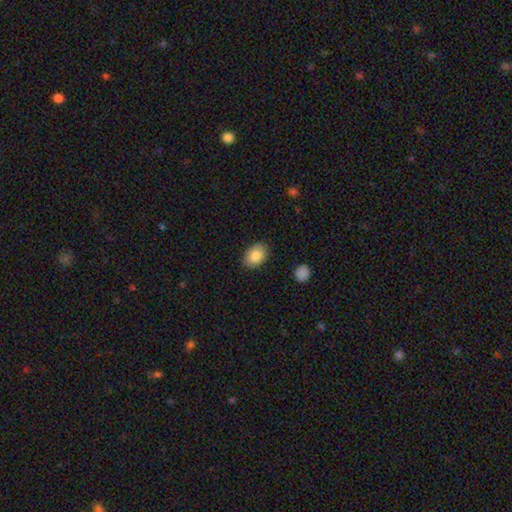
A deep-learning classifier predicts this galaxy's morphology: type=smooth (84%); roundness=in between (84%); merging=none (86%).